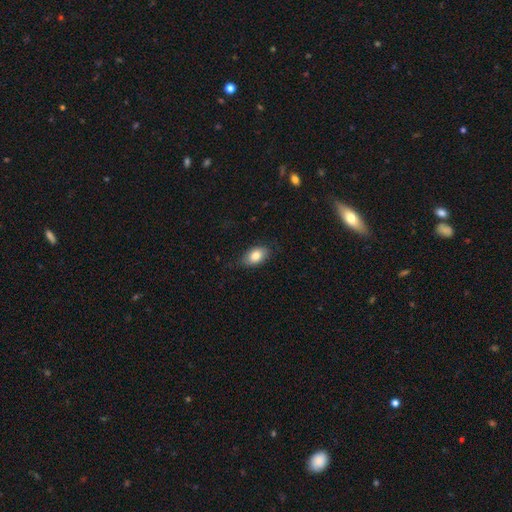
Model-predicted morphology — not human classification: This is clearly a smooth galaxy (83%). How rounded: clearly in between (89%). Merging: likely none (78%).